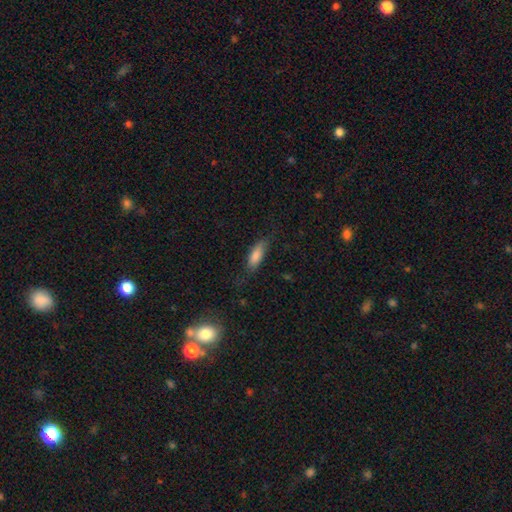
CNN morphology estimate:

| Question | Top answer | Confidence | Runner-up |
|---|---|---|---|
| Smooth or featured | smooth | 78% | featured or disk (15%) |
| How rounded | in between | 61% | cigar-shaped (36%) |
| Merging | none | 65% | minor disturbance (24%) |